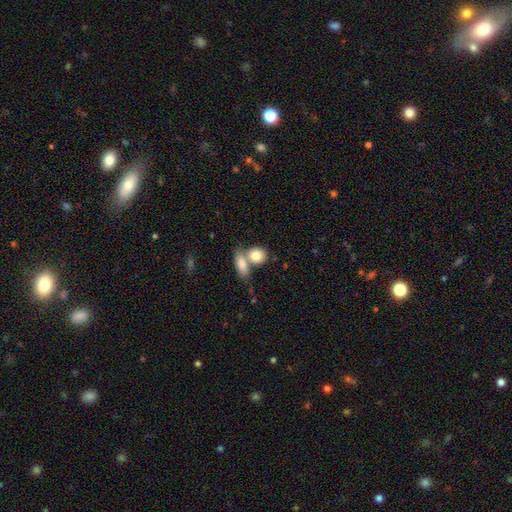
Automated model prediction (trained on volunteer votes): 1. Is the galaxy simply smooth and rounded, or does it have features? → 82% smooth, 12% featured or disk, 6% star or artifact.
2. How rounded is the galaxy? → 49% in between, 48% round, 3% cigar-shaped.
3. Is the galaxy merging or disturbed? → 54% merger, 34% none, 8% minor disturbance, 4% major disturbance.